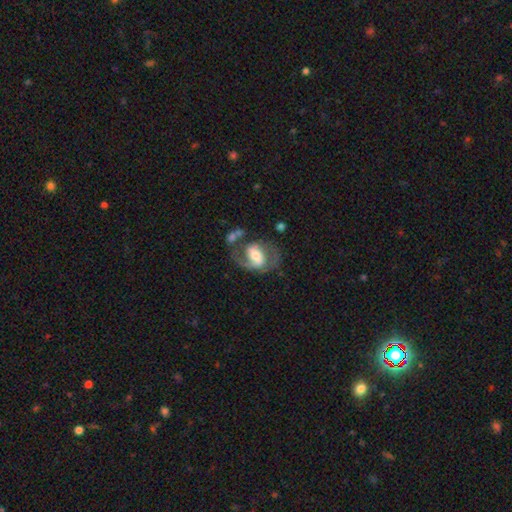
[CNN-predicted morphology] Q: Smooth or featured?
A: featured or disk (76%); runner-up: smooth (18%)
Q: Edge-on disk?
A: no (97%); runner-up: yes (3%)
Q: Bar?
A: weak (43%); runner-up: strong (34%)
Q: Spiral arms?
A: yes (87%); runner-up: no (13%)
Q: Spiral winding?
A: medium (52%); runner-up: loose (27%)
Q: Spiral arm count?
A: 2 (79%); runner-up: 1 (12%)
Q: Bulge size?
A: moderate (55%); runner-up: large (21%)
Q: Merging?
A: none (50%); runner-up: major disturbance (19%)